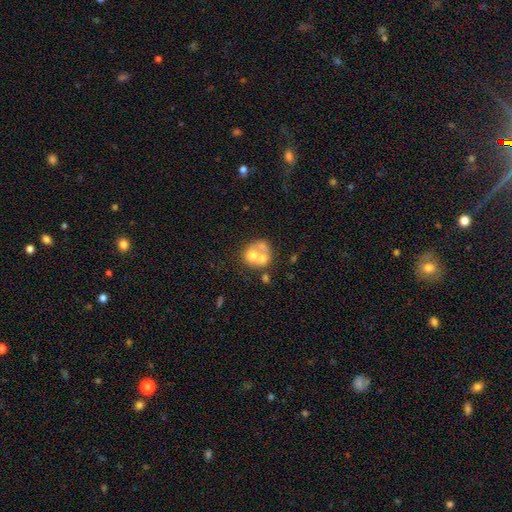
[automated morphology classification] The model was most divided on "smooth or featured": smooth: 51%, featured or disk: 39%, star or artifact: 10%. More confident: how rounded — round (66%); merging — merger (59%).